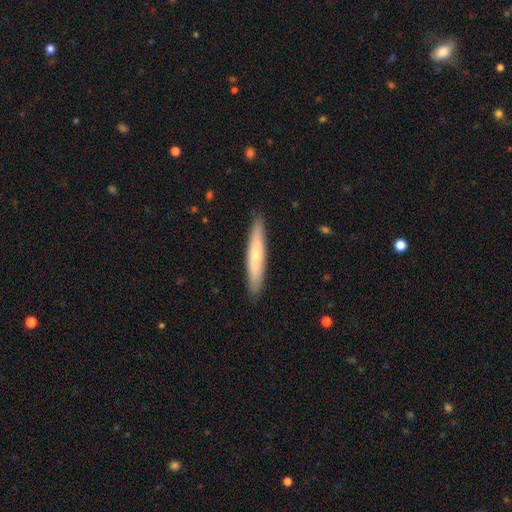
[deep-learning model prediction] This appears to be a smooth galaxy with no disk features (60%) that is cigar-shaped (93%). Merging: none (91%).